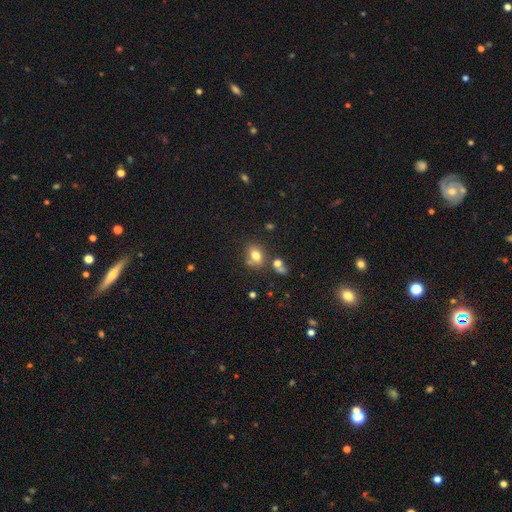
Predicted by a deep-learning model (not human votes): Smooth or featured: smooth — 75% (star or artifact — 13%)
How rounded: in between — 57% (round — 42%)
Merging: none — 58% (merger — 20%)